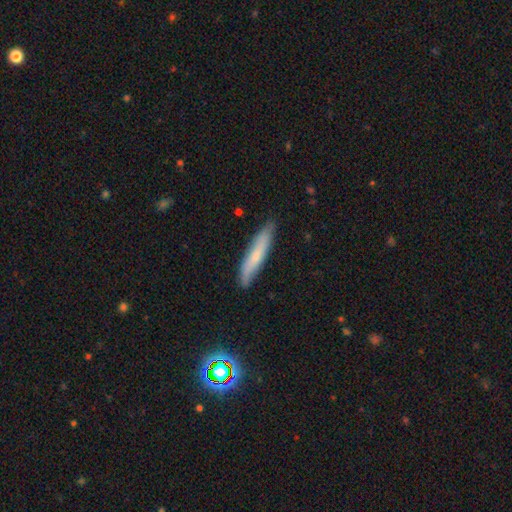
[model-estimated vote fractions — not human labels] smooth_or_featured: smooth (p=0.65) [alt: featured or disk p=0.29]
how_rounded: cigar-shaped (p=0.89) [alt: in between p=0.09]
merging: none (p=0.83) [alt: minor disturbance p=0.13]